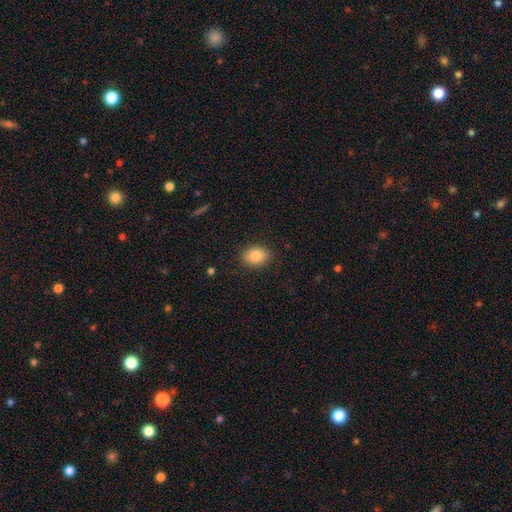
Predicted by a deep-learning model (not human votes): The model was most divided on "how rounded": in between: 65%, round: 34%, cigar-shaped: 1%. More confident: merging — none (87%); smooth or featured — smooth (85%).